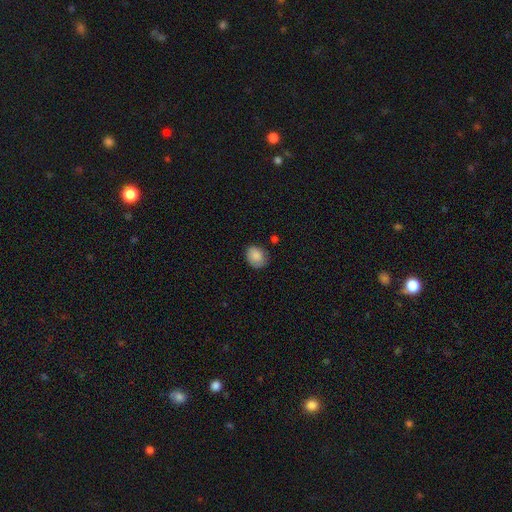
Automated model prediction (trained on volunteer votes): This appears to be a smooth galaxy with no disk features (86%) that is in between round and cigar-shaped (51%). Merging: none (74%).